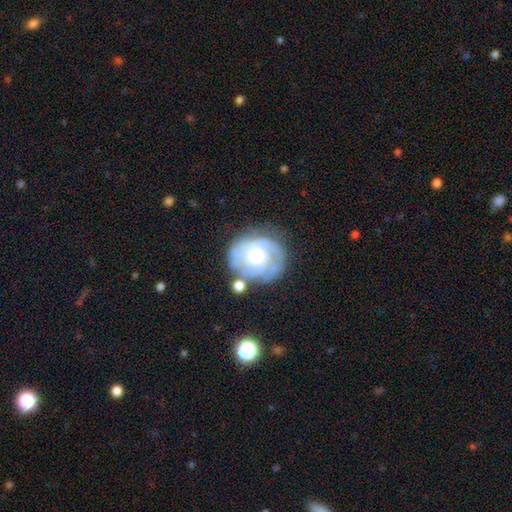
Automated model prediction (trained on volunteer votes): The model was most divided on "spiral arm count": can't tell: 36%, 2: 27%, 3: 21%, 4: 6%, 1: 6%, more than 4: 4%. More confident: edge-on disk — no (98%); spiral arms — yes (90%); smooth or featured — featured or disk (79%); bar — no (73%); merging — none (68%); bulge size — moderate (64%); spiral winding — tight (64%).